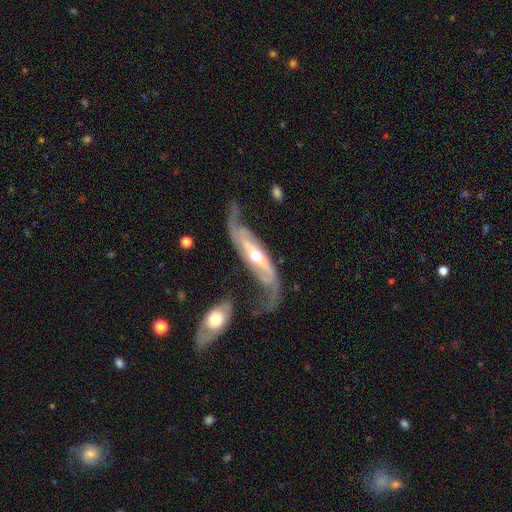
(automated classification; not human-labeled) Smooth or featured: featured or disk — 85% (smooth — 11%)
Edge-on disk: no — 79% (yes — 21%)
Bar: no — 37% (strong — 36%)
Spiral arms: yes — 91% (no — 9%)
Spiral winding: loose — 64% (medium — 24%)
Spiral arm count: 2 — 88% (can't tell — 5%)
Bulge size: moderate — 69% (small — 23%)
Merging: none — 51% (major disturbance — 22%)